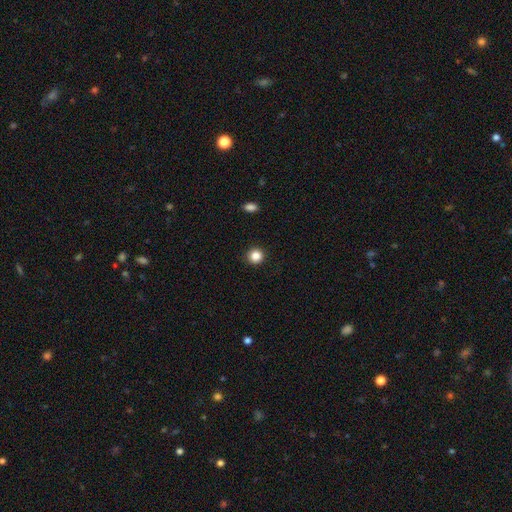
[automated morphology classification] Smooth or featured? Predicted: smooth (p=0.86). How rounded? Predicted: round (p=0.93). Merging? Predicted: none (p=0.92).